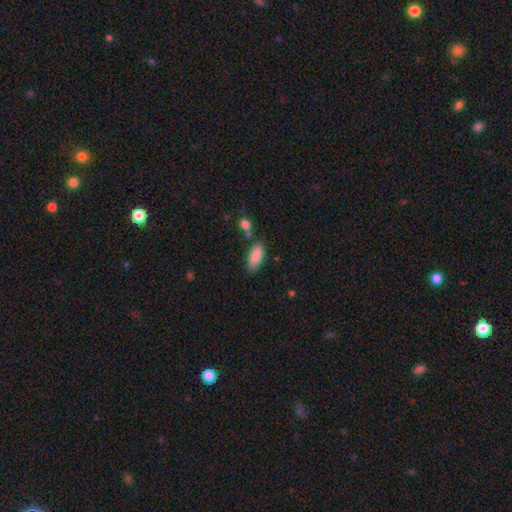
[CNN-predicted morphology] Overall: smooth (88%). How rounded: in between (90%). Merging: none (71%).